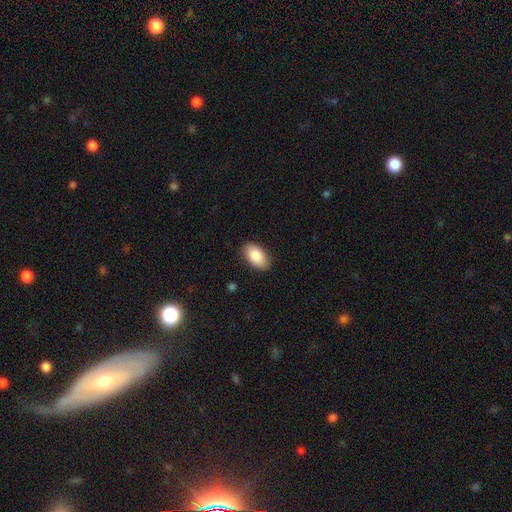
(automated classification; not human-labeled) Smooth or featured? Predicted: smooth (p=0.87). How rounded? Predicted: in between (p=0.94). Merging? Predicted: none (p=0.87).